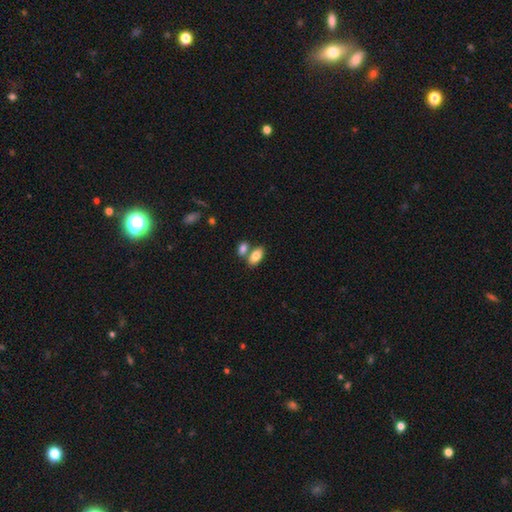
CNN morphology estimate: Smooth or featured? Predicted: smooth (p=0.83). How rounded? Predicted: in between (p=0.92). Merging? Predicted: none (p=0.52).